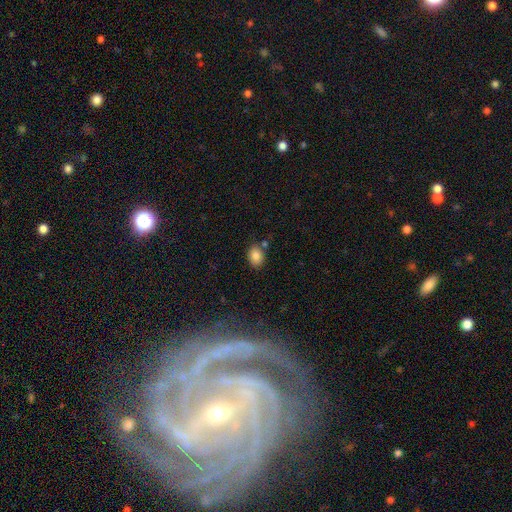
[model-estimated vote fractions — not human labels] Q: Smooth or featured?
A: smooth (85%); runner-up: star or artifact (9%)
Q: How rounded?
A: in between (74%); runner-up: round (25%)
Q: Merging?
A: none (74%); runner-up: minor disturbance (14%)